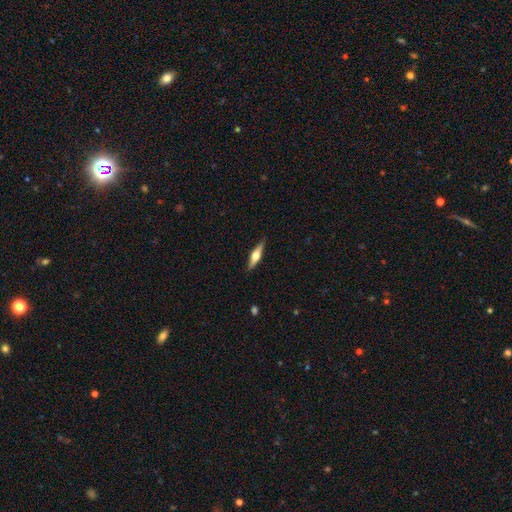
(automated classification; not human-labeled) The model was most divided on "smooth or featured": featured or disk: 59%, smooth: 36%, star or artifact: 6%. More confident: edge-on disk — yes (96%); edge-on bulge — rounded (93%); merging — none (88%).